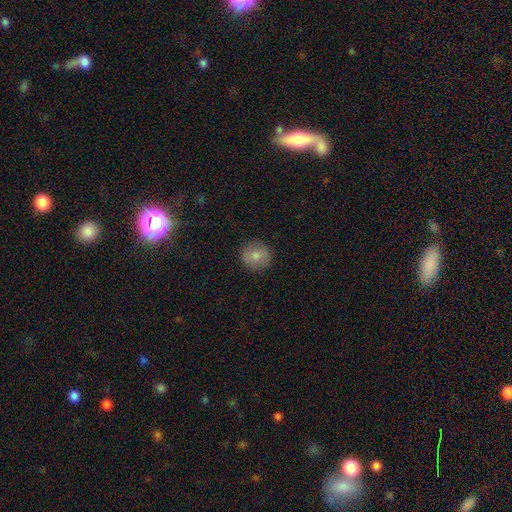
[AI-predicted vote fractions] Smooth or featured?
  - smooth: 79% *
  - featured or disk: 12%
  - star or artifact: 9%
How rounded?
  - round: 92% *
  - in between: 7%
  - cigar-shaped: 1%
Merging?
  - none: 89% *
  - minor disturbance: 8%
  - major disturbance: 2%
  - merger: 1%